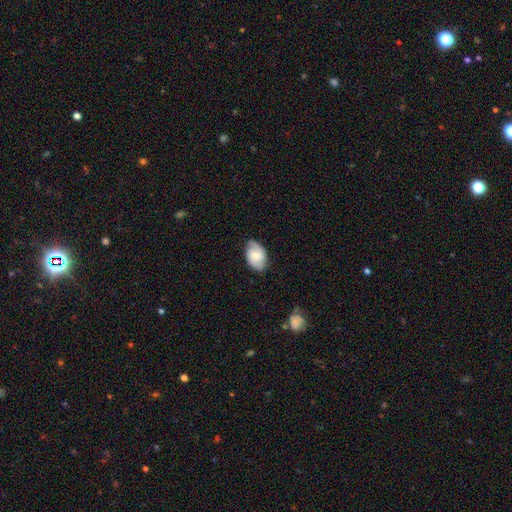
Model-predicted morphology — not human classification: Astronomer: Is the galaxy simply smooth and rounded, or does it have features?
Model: featured or disk — 63%.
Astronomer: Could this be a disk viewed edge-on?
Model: no — 96%.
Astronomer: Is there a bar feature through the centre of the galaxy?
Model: no — 47% (runner-up: weak, 44%).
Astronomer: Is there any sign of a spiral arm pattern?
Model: yes — 93%.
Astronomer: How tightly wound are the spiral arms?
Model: medium — 46% (runner-up: tight, 33%).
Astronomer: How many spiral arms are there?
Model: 2 — 82%.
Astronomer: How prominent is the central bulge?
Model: moderate — 44% (runner-up: small, 41%).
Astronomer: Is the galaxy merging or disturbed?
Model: none — 77%.